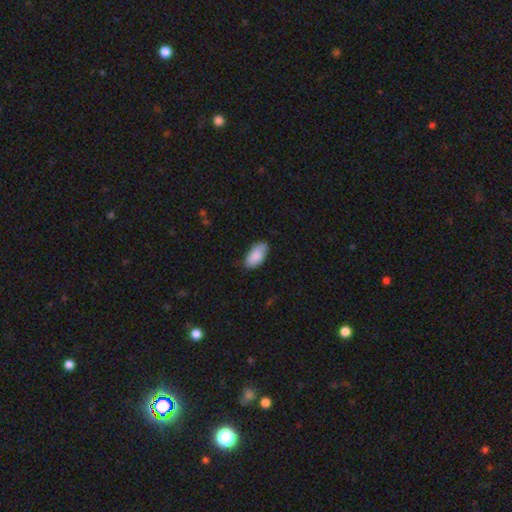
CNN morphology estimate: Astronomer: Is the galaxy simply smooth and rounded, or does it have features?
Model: smooth — 86%.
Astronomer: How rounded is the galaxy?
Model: in between — 94%.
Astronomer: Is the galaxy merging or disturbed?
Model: none — 73%.